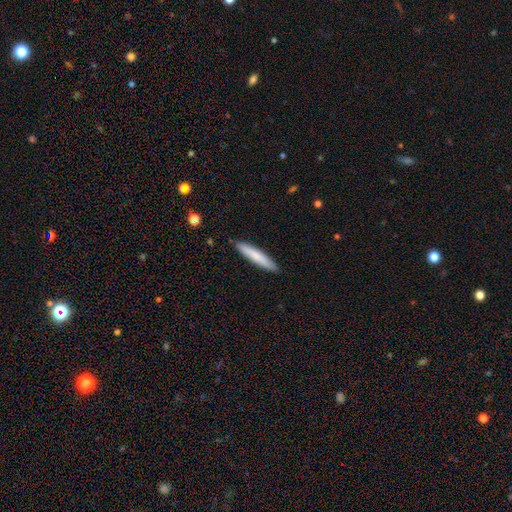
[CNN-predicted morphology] Smooth or featured? Predicted: smooth (p=0.76). How rounded? Predicted: cigar-shaped (p=0.92). Merging? Predicted: none (p=0.90).